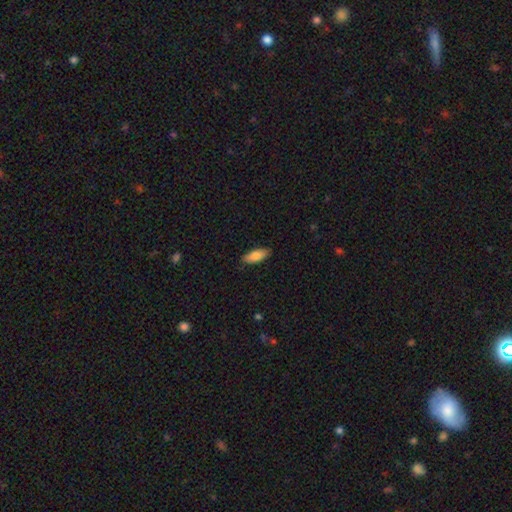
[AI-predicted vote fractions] smooth-or-featured: smooth: 84% | featured or disk: 10% | star or artifact: 6%
  how-rounded: in between: 81% | cigar-shaped: 18% | round: 2%
  merging: none: 86% | minor disturbance: 11% | major disturbance: 2% | merger: 1%